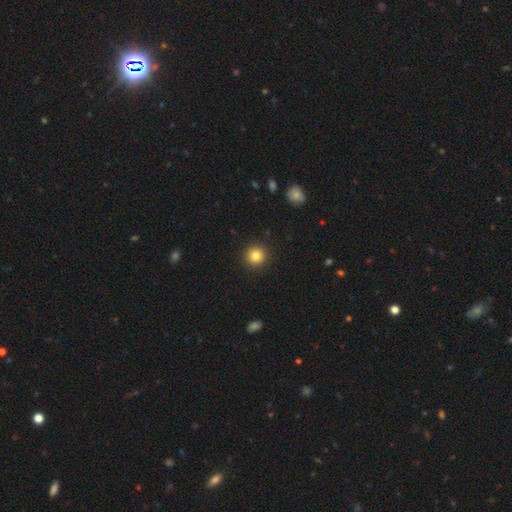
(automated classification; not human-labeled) Smooth or featured?
  - smooth: 84% *
  - star or artifact: 11%
  - featured or disk: 6%
How rounded?
  - round: 94% *
  - in between: 5%
  - cigar-shaped: 1%
Merging?
  - none: 92% *
  - minor disturbance: 5%
  - major disturbance: 2%
  - merger: 1%